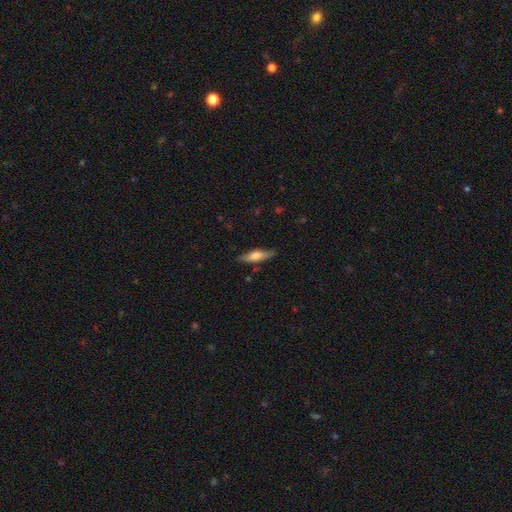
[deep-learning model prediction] Smooth or featured? smooth (51%)
How rounded? cigar-shaped (68%)
Merging? none (83%)